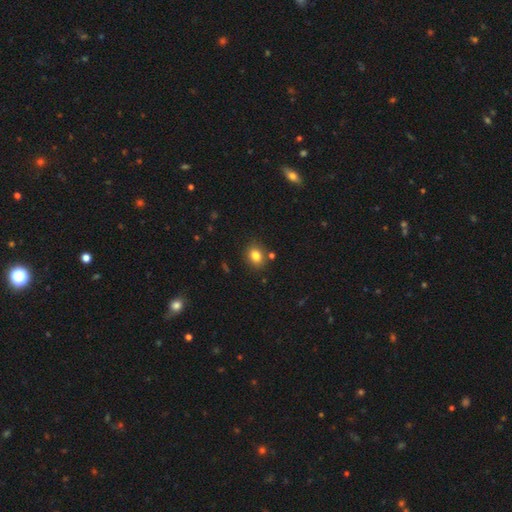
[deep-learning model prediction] Smooth or featured? smooth (82%)
How rounded? round (50%)
Merging? none (82%)